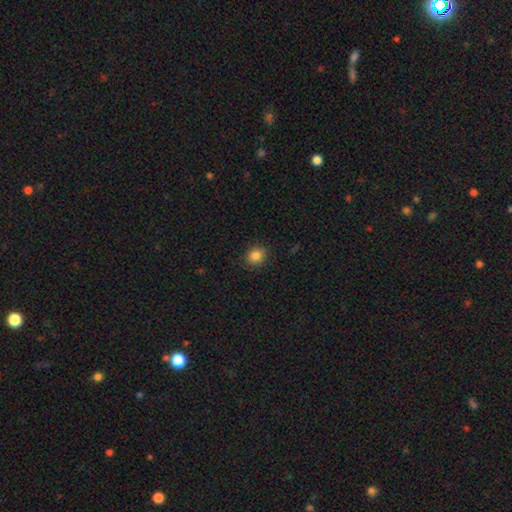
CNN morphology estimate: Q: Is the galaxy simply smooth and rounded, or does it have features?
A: smooth — 85%.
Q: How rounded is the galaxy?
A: round — 75%.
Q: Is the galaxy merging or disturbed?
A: none — 89%.